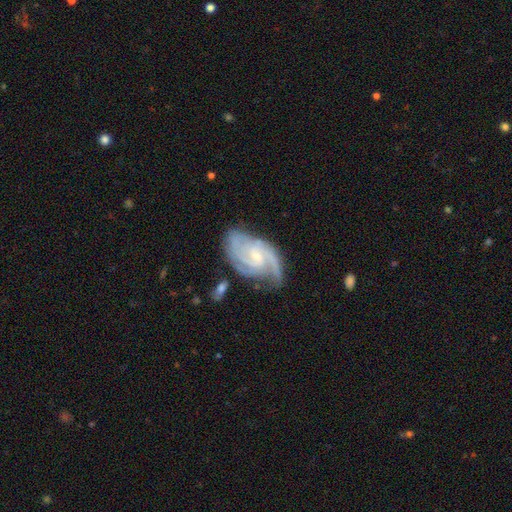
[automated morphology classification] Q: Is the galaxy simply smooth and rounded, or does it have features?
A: featured or disk — 90%.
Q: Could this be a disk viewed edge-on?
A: no — 97%.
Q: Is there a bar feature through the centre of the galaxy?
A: no — 47%.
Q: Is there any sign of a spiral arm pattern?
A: yes — 98%.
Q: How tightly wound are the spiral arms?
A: tight — 47%.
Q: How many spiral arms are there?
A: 2 — 35%, tied with 3.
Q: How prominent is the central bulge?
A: small — 71%.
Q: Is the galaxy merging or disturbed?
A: none — 62%.